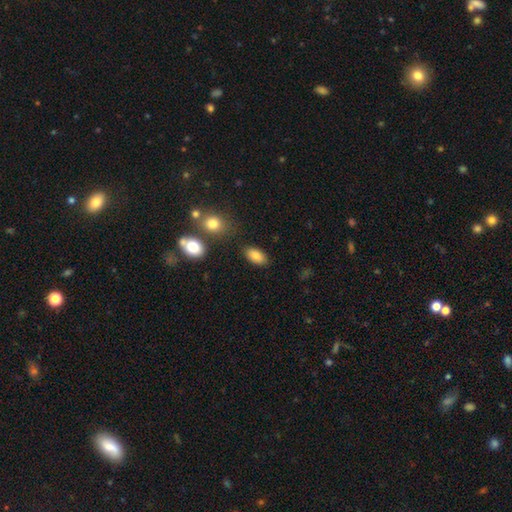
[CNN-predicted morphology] Smooth or featured? smooth (84%)
How rounded? in between (92%)
Merging? none (83%)